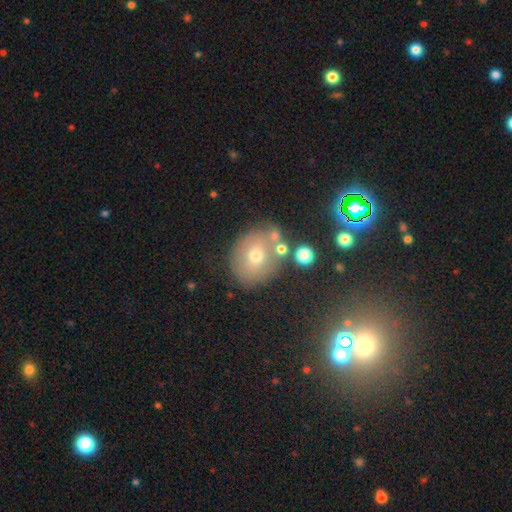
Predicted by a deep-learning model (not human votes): Q: Smooth or featured?
A: smooth (54%); runner-up: featured or disk (25%)
Q: How rounded?
A: round (62%); runner-up: in between (37%)
Q: Merging?
A: none (71%); runner-up: minor disturbance (13%)